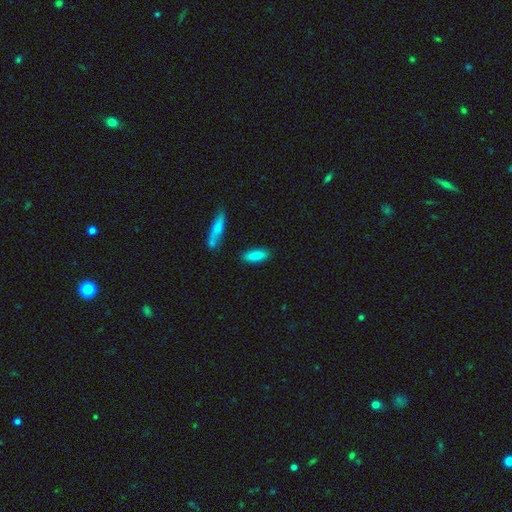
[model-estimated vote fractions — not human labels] Smooth or featured?
  - smooth: 86% *
  - star or artifact: 7%
  - featured or disk: 7%
How rounded?
  - in between: 62% *
  - cigar-shaped: 36%
  - round: 2%
Merging?
  - none: 82% *
  - minor disturbance: 11%
  - merger: 4%
  - major disturbance: 3%